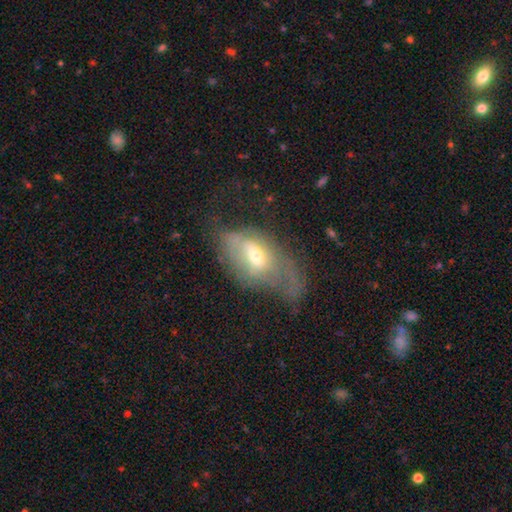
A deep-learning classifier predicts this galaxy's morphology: The model was most divided on "smooth or featured": featured or disk: 48%, smooth: 43%, star or artifact: 9%. Remaining: merging — major disturbance (49%).